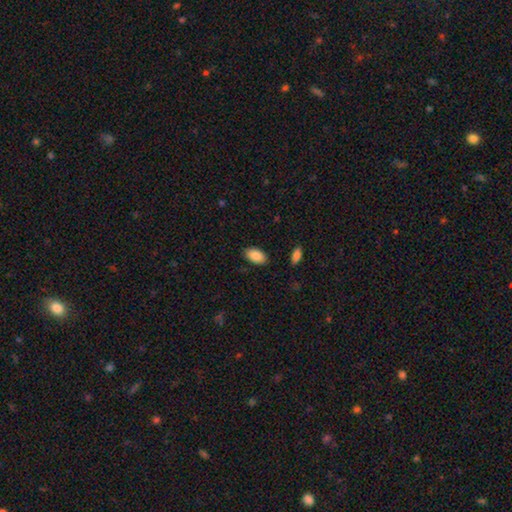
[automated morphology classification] Smooth or featured? Predicted: smooth (p=0.88). How rounded? Predicted: in between (p=0.94). Merging? Predicted: none (p=0.86).